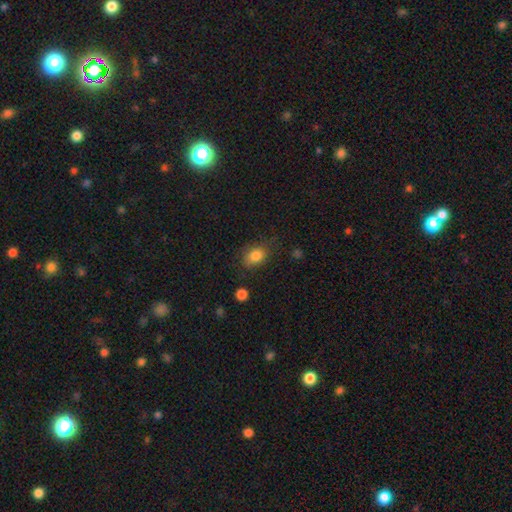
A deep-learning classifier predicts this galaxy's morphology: Smooth or featured? Predicted: smooth (p=0.83). How rounded? Predicted: in between (p=0.73). Merging? Predicted: none (p=0.70).